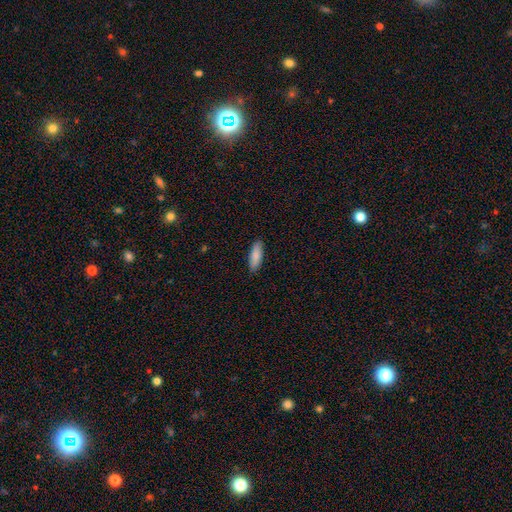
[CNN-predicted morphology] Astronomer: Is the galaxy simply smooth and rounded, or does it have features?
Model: smooth — 87%.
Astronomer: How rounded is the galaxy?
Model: in between — 58% (runner-up: cigar-shaped, 40%).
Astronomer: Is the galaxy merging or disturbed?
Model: none — 89%.